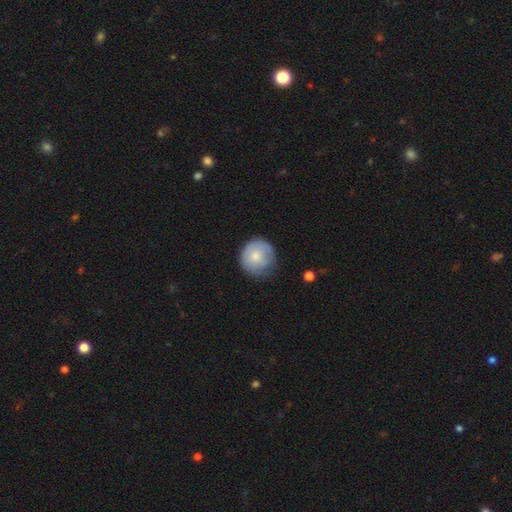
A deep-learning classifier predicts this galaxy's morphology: Overall: smooth (71%). How rounded: round (91%). Merging: none (66%).